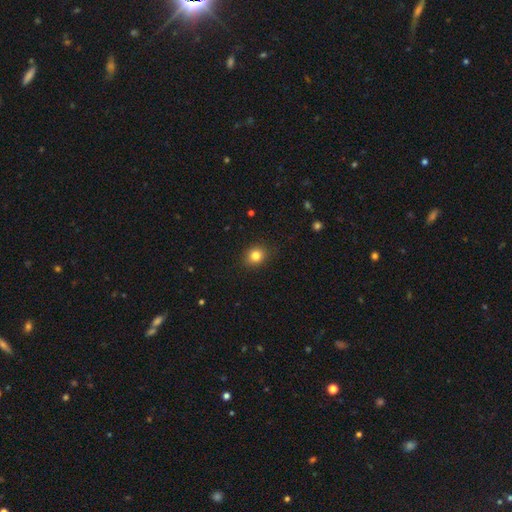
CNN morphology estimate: Overall: smooth (82%). How rounded: round (72%). Merging: none (88%).